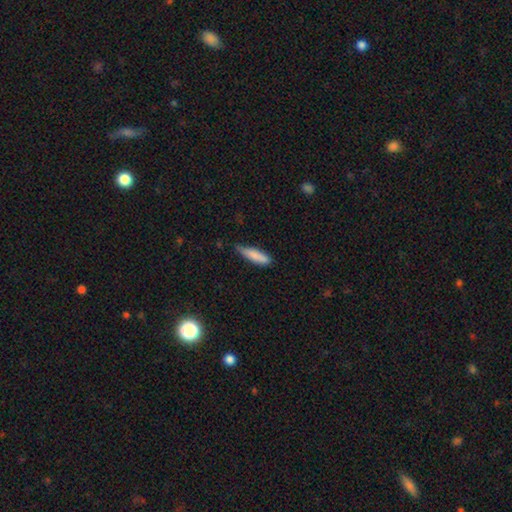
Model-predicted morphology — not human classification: Smooth or featured: smooth — 84% (featured or disk — 10%)
How rounded: cigar-shaped — 70% (in between — 28%)
Merging: none — 59% (minor disturbance — 34%)